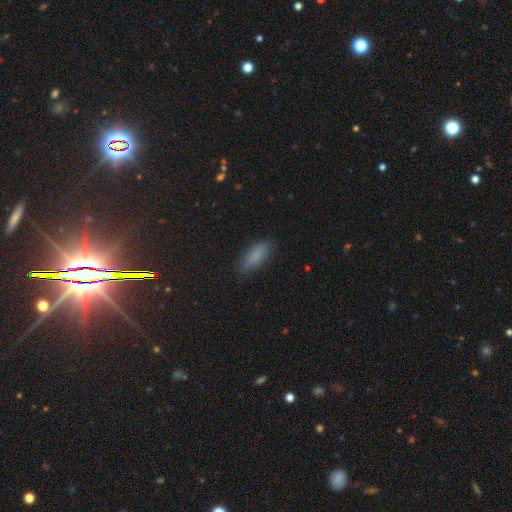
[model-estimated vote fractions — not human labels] Smooth or featured: smooth — 84% (star or artifact — 9%)
How rounded: in between — 76% (cigar-shaped — 22%)
Merging: none — 82% (minor disturbance — 14%)